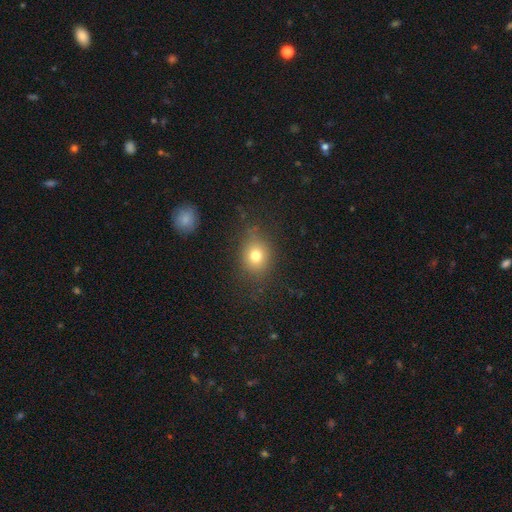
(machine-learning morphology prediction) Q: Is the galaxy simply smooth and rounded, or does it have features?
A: smooth — 76%.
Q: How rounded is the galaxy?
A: round — 61%.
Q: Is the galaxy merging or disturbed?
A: none — 79%.